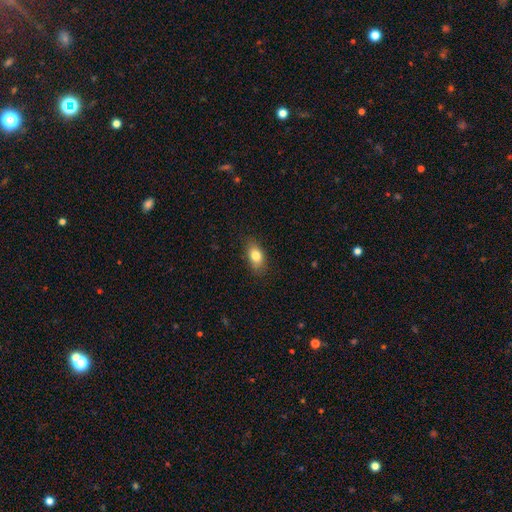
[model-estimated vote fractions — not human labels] smooth 81%, featured or disk 11%, star or artifact 8%. Down the decision tree: how rounded — in between (85%); merging — none (82%).